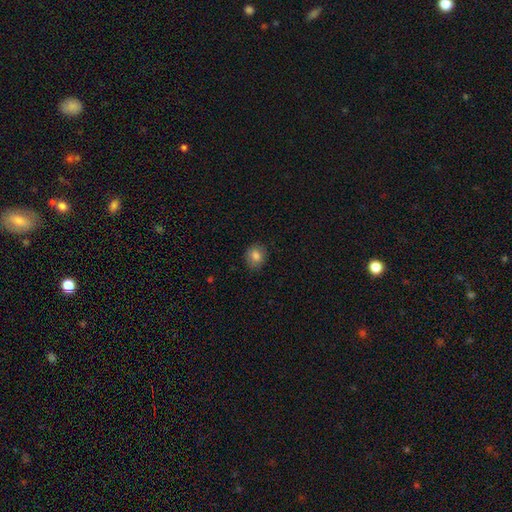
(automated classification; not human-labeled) Overall: smooth (83%). How rounded: round (67%; in between 32%). Merging: none (81%).